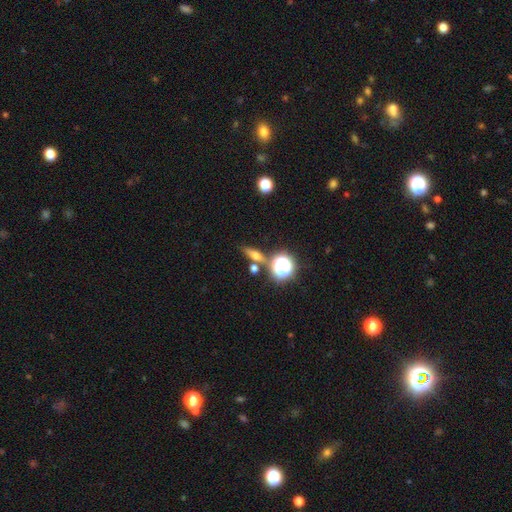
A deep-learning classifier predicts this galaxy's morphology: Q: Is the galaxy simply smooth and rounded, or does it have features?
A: smooth — 55%.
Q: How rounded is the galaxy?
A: cigar-shaped — 38%.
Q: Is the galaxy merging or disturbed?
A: none — 72%.